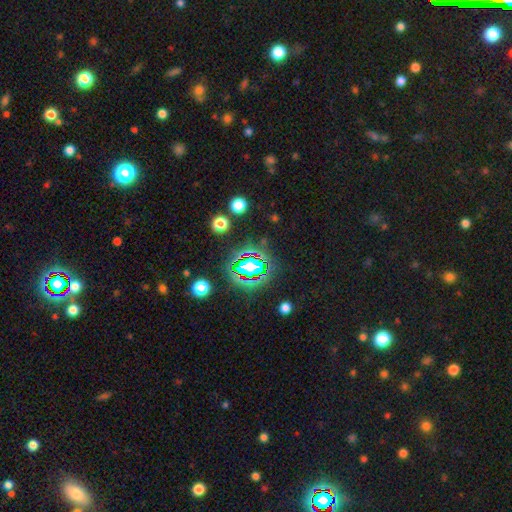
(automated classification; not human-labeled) star or artifact 78%, smooth 14%, featured or disk 8%.